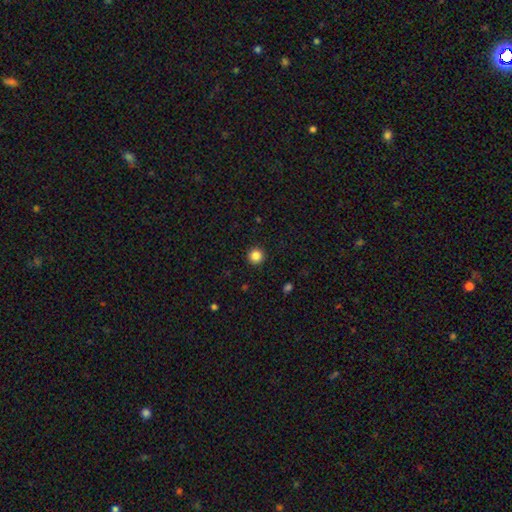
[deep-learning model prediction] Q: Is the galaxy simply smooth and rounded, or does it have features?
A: smooth — 85%.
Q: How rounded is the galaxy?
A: round — 96%.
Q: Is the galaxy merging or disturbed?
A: none — 93%.